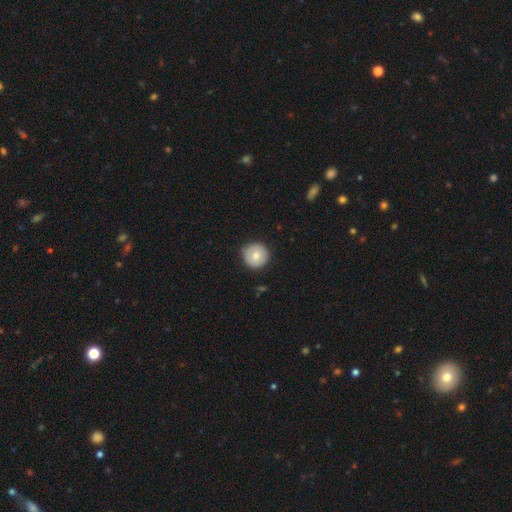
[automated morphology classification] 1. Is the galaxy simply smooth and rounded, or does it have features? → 73% smooth, 20% featured or disk, 7% star or artifact.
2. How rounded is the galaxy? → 95% round, 4% in between, 1% cigar-shaped.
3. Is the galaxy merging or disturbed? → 89% none, 8% minor disturbance, 2% major disturbance, 1% merger.